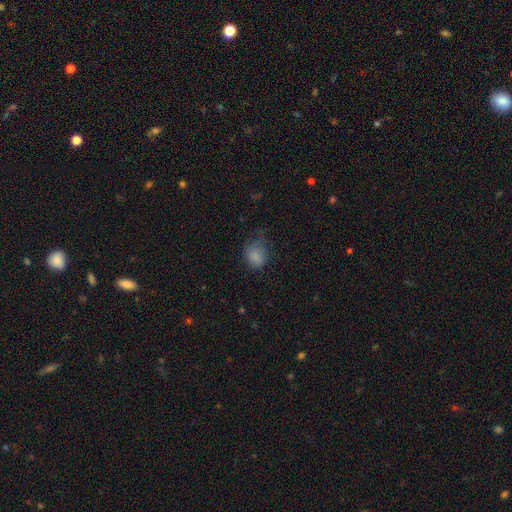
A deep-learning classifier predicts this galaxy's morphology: Smooth or featured? Predicted: smooth (p=0.80). How rounded? Predicted: in between (p=0.54). Merging? Predicted: none (p=0.43).